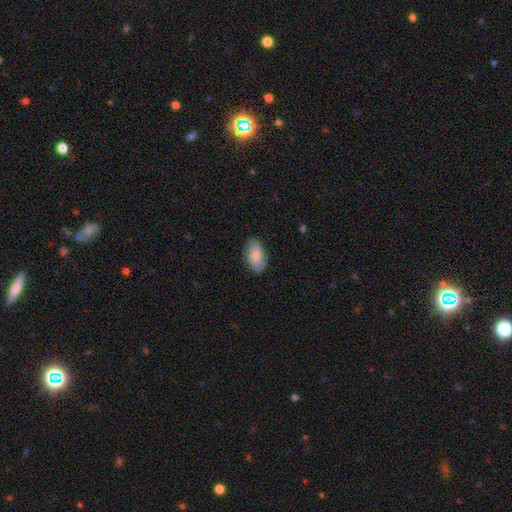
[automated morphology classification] The model was most divided on "smooth or featured": smooth: 69%, featured or disk: 25%, star or artifact: 6%. More confident: how rounded — in between (93%); merging — none (79%).